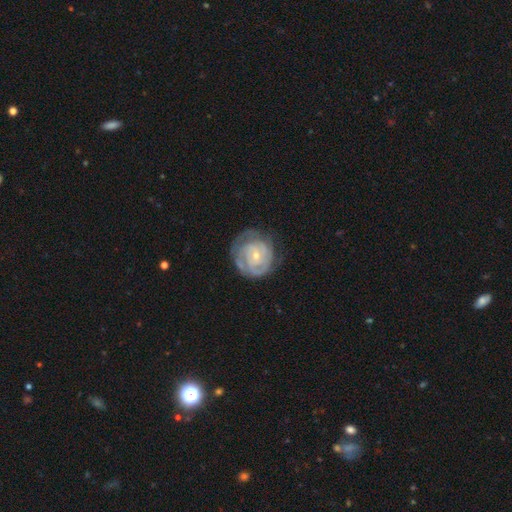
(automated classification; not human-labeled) A featured or disk galaxy (77%) with no bar (70%), tight (75%) spiral arms (86%) and a small central bulge (67%). Merging: none (65%).